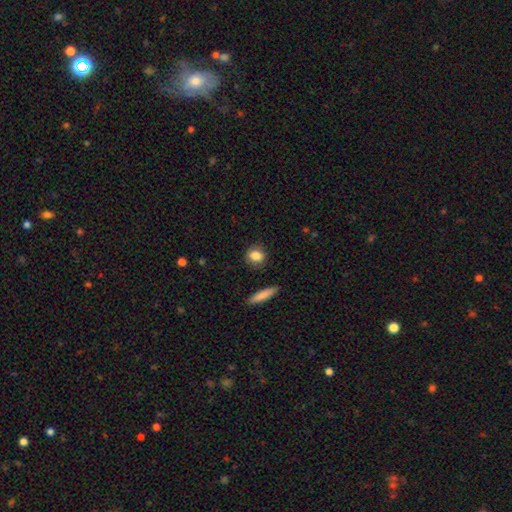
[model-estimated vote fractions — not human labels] smooth 85%, star or artifact 8%, featured or disk 7%. Down the decision tree: how rounded — round (62%); merging — none (83%).